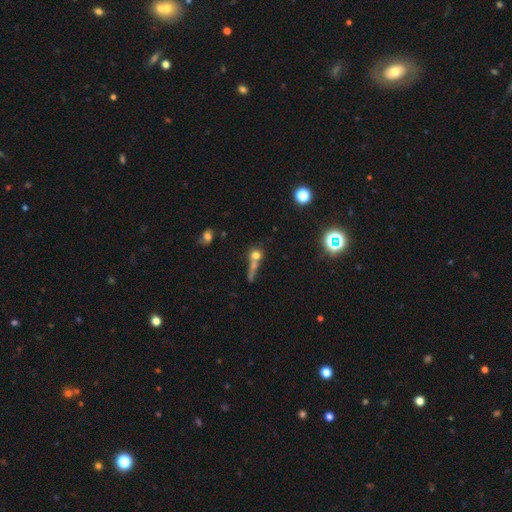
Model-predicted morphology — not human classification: smooth 61%, star or artifact 20%, featured or disk 19%. Down the decision tree: how rounded — round (70%); merging — merger (43%).